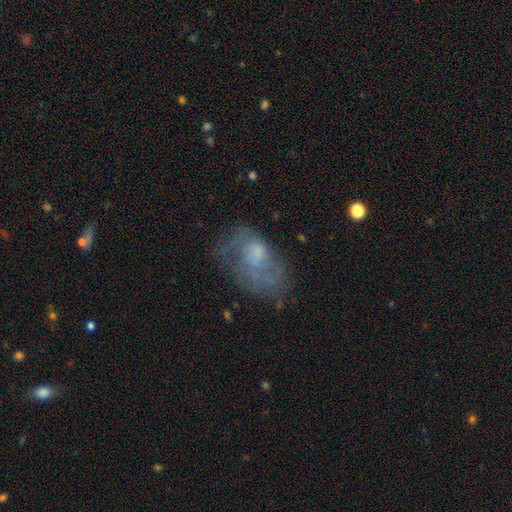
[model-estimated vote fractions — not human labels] Smooth or featured: featured or disk — 52% (smooth — 38%)
Edge-on disk: no — 96% (yes — 4%)
Merging: none — 47% (major disturbance — 25%)